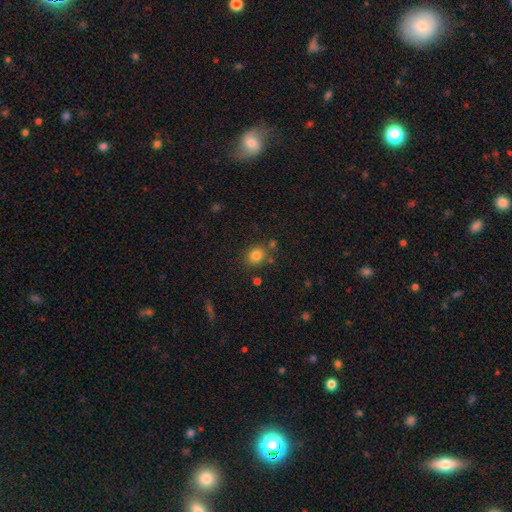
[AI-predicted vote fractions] smooth-or-featured: smooth: 81% | star or artifact: 12% | featured or disk: 7%
  how-rounded: round: 62% | in between: 37% | cigar-shaped: 1%
  merging: none: 76% | minor disturbance: 12% | merger: 8% | major disturbance: 4%